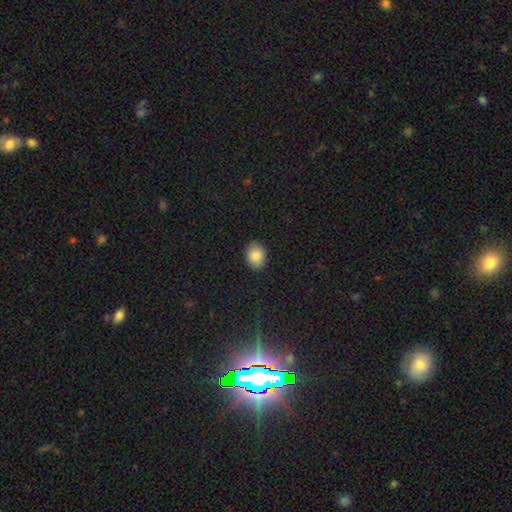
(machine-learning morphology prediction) Q: Smooth or featured?
A: smooth (88%); runner-up: star or artifact (8%)
Q: How rounded?
A: in between (66%); runner-up: round (33%)
Q: Merging?
A: none (88%); runner-up: minor disturbance (9%)